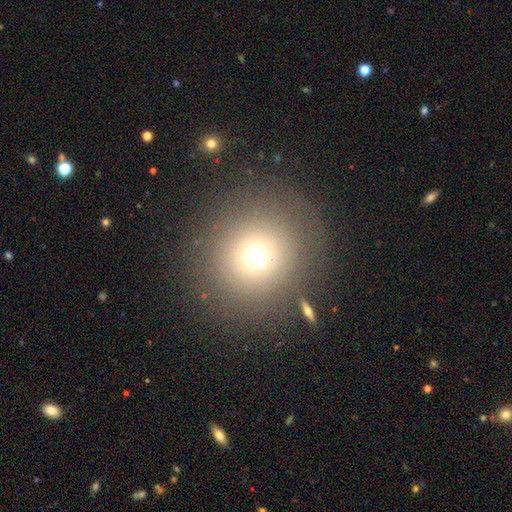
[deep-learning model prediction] Q: Smooth or featured?
A: smooth (69%); runner-up: star or artifact (20%)
Q: How rounded?
A: round (91%); runner-up: in between (8%)
Q: Merging?
A: none (85%); runner-up: minor disturbance (7%)